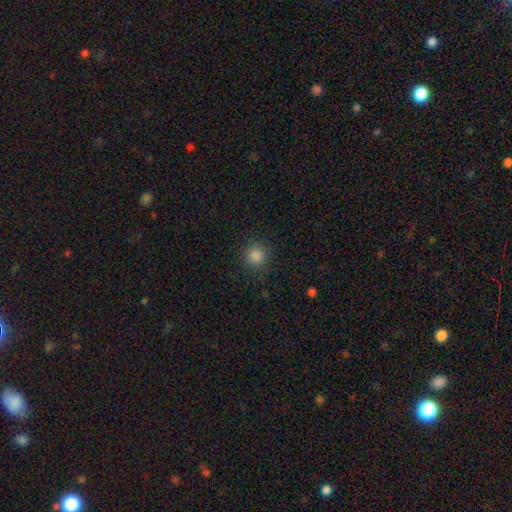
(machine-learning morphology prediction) type=smooth (84%); roundness=round (94%); merging=none (90%).